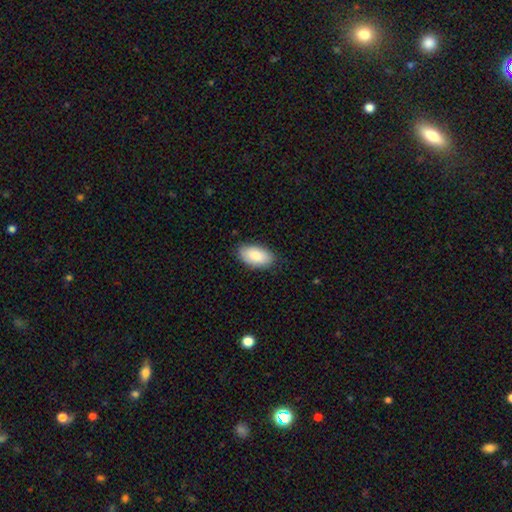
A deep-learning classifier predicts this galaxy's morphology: Smooth or featured?
  - smooth: 85% *
  - featured or disk: 9%
  - star or artifact: 6%
How rounded?
  - in between: 95% *
  - round: 3%
  - cigar-shaped: 3%
Merging?
  - none: 84% *
  - minor disturbance: 13%
  - major disturbance: 2%
  - merger: 1%